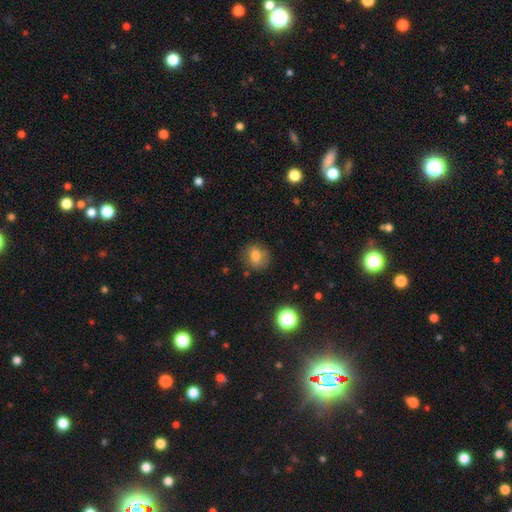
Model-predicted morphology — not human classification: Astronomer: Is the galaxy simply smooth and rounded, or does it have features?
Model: smooth — 77%.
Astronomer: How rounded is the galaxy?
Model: round — 72%.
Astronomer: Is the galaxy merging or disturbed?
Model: none — 79%.